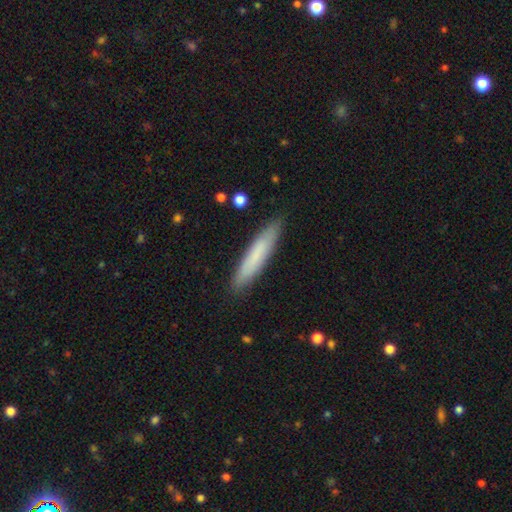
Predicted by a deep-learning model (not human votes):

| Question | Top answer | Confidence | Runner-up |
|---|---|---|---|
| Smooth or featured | smooth | 75% | featured or disk (19%) |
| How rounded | cigar-shaped | 89% | in between (10%) |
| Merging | none | 89% | minor disturbance (8%) |